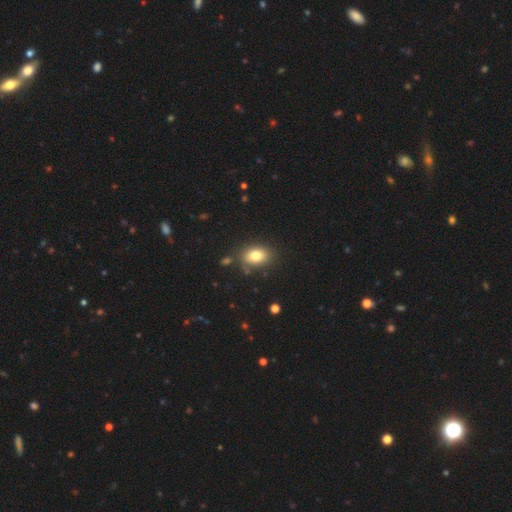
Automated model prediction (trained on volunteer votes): This appears to be a smooth galaxy with no disk features (80%) that is in between round and cigar-shaped (78%). Merging: none (81%).